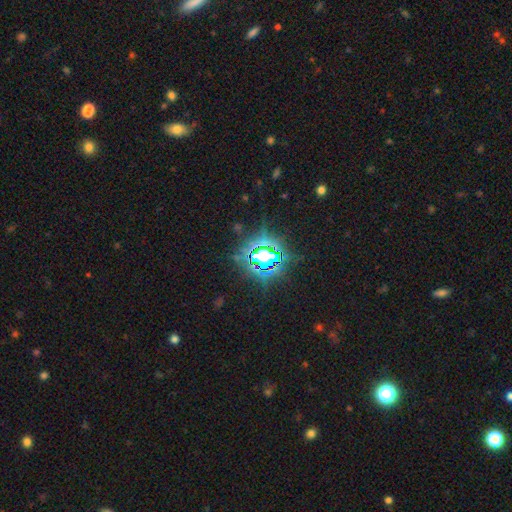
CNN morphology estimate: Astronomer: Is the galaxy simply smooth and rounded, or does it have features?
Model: star or artifact — 81%.